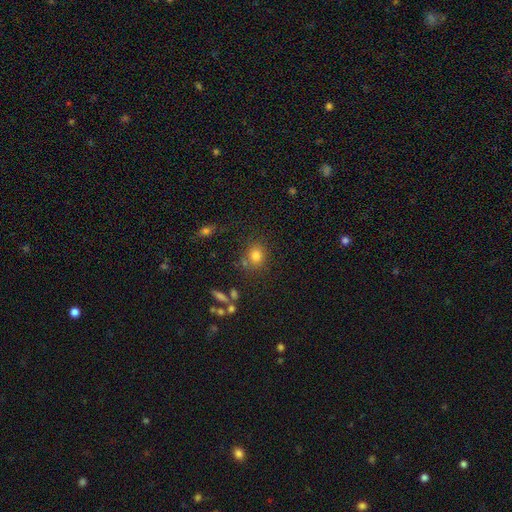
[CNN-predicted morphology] Q: Smooth or featured?
A: smooth (78%); runner-up: star or artifact (14%)
Q: How rounded?
A: round (76%); runner-up: in between (23%)
Q: Merging?
A: none (74%); runner-up: minor disturbance (12%)